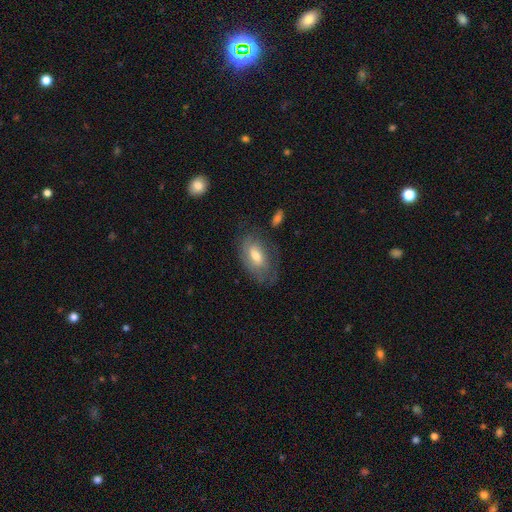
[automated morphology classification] Smooth or featured?
  - smooth: 48% *
  - featured or disk: 45%
  - star or artifact: 7%
Merging?
  - none: 59% *
  - minor disturbance: 25%
  - major disturbance: 14%
  - merger: 2%